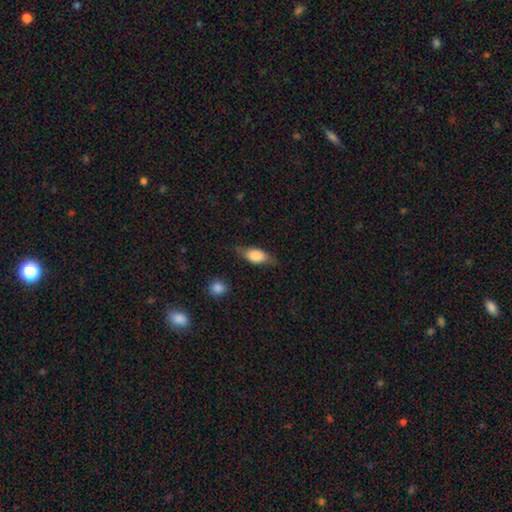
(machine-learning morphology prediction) smooth_or_featured: smooth (p=0.71) [alt: featured or disk p=0.22]
how_rounded: in between (p=0.81) [alt: cigar-shaped p=0.14]
merging: none (p=0.66) [alt: minor disturbance p=0.24]